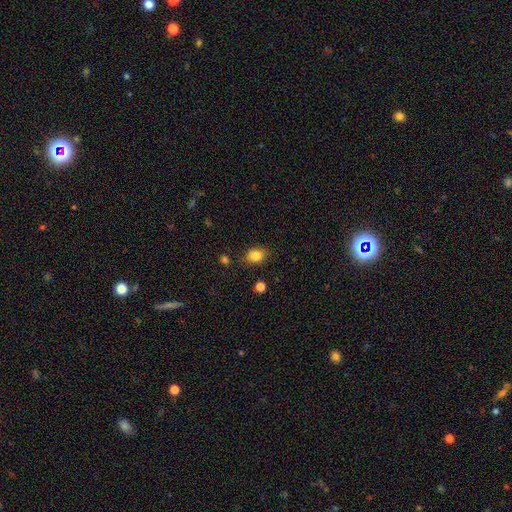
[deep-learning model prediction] Smooth or featured?
  - smooth: 83% *
  - star or artifact: 10%
  - featured or disk: 6%
How rounded?
  - in between: 62% *
  - round: 37%
  - cigar-shaped: 1%
Merging?
  - none: 81% *
  - minor disturbance: 13%
  - major disturbance: 3%
  - merger: 3%